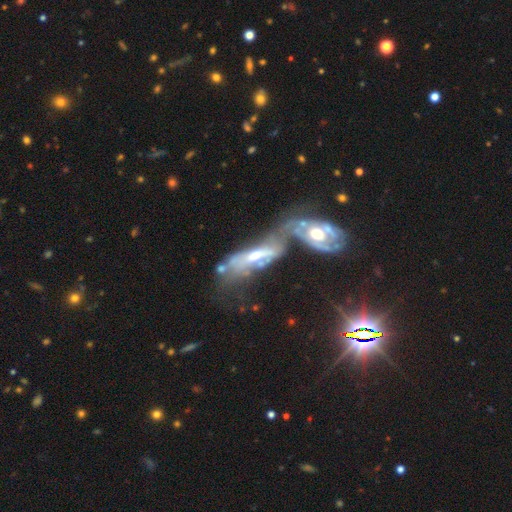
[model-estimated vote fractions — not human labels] featured or disk 73%, smooth 19%, star or artifact 8%. Down the decision tree: edge-on disk — no (82%); bar — no (56%); spiral arms — yes (63%); bulge size — moderate (66%); merging — merger (67%).